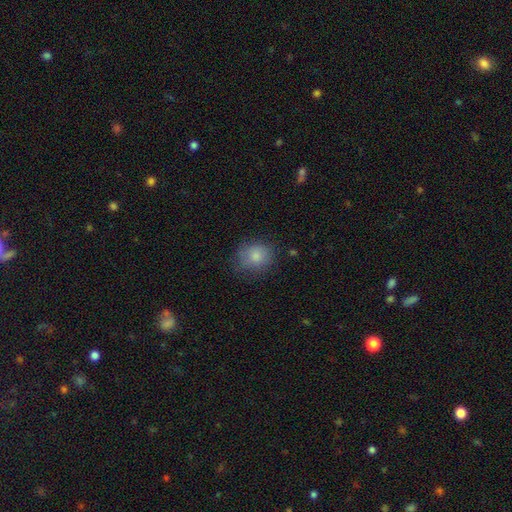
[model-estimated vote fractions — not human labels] A smooth galaxy with no disk features (81%) that is round (70%).

Vote fractions:
- Smooth or featured? smooth: 81% / featured or disk: 10% / star or artifact: 9%
- How rounded? round: 70% / in between: 29% / cigar-shaped: 1%
- Merging? none: 71% / minor disturbance: 21% / major disturbance: 6% / merger: 1%